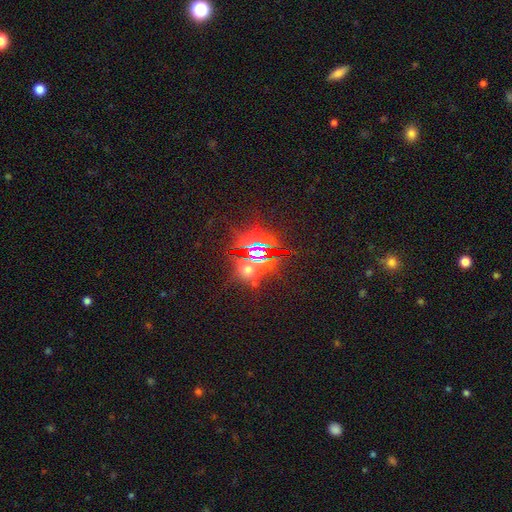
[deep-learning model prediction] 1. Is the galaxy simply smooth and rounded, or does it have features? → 79% star or artifact, 12% smooth, 10% featured or disk.